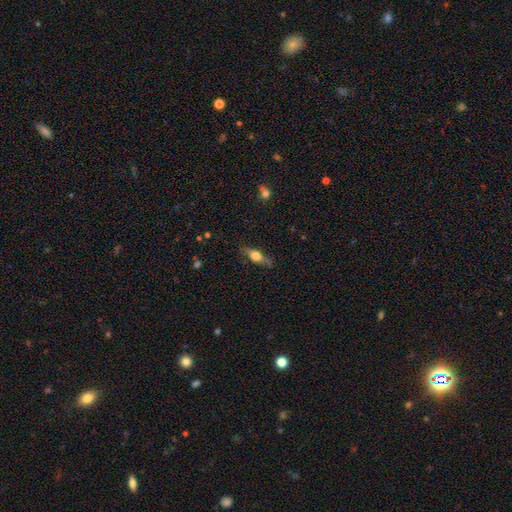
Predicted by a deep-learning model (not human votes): A smooth galaxy with no disk features (55%) that is in between round and cigar-shaped (56%). Merging: none (77%).